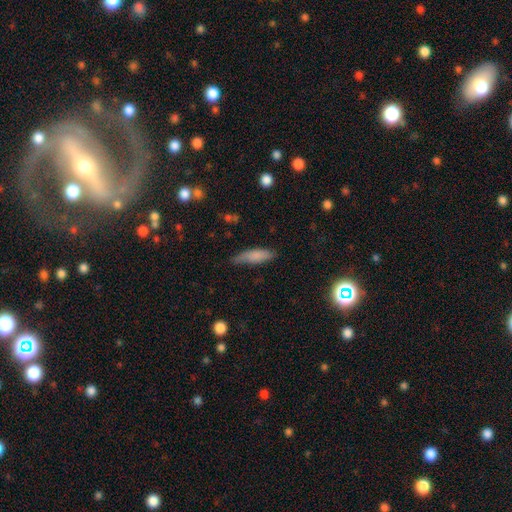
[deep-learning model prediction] This appears to be a smooth galaxy with no disk features (80%) that is cigar-shaped (51%). Merging: none (62%).